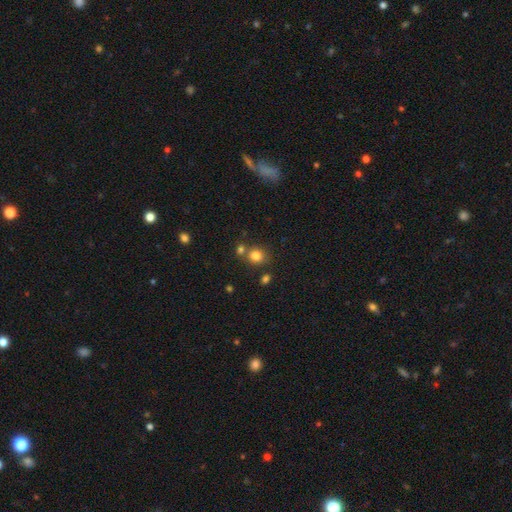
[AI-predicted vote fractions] Smooth or featured? smooth (81%)
How rounded? round (76%)
Merging? none (63%)